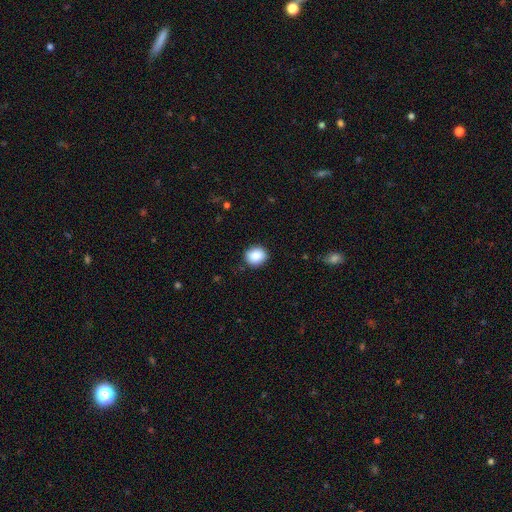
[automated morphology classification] type=smooth (88%); roundness=round (79%); merging=none (88%).